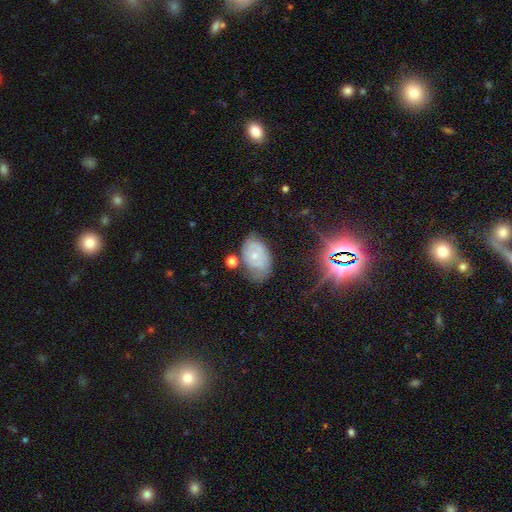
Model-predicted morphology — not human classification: The model was most divided on "smooth or featured": featured or disk: 48%, smooth: 40%, star or artifact: 12%. More confident: merging — none (55%).